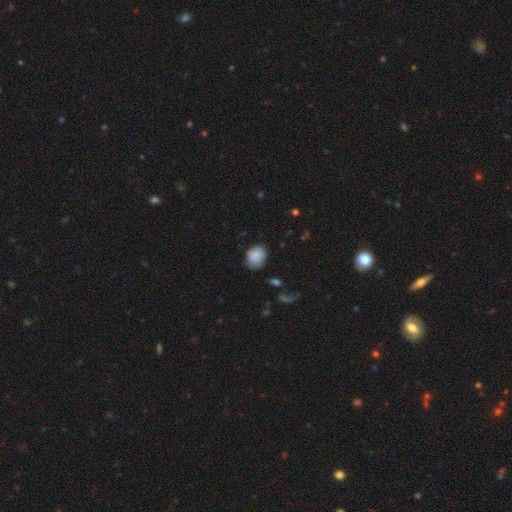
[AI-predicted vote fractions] A smooth galaxy with no disk features (85%) that is in between round and cigar-shaped (51%).

Vote fractions:
- Smooth or featured? smooth: 85% / star or artifact: 8% / featured or disk: 7%
- How rounded? in between: 51% / round: 48% / cigar-shaped: 1%
- Merging? none: 64% / minor disturbance: 28% / major disturbance: 6% / merger: 2%